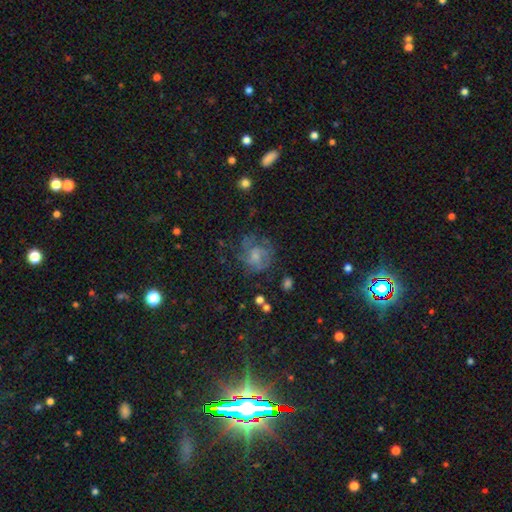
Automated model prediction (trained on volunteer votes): smooth_or_featured: featured or disk (p=0.56) [alt: smooth p=0.30]
disk_edge_on: no (p=0.98) [alt: yes p=0.02]
bar: no (p=0.70) [alt: weak p=0.26]
has_spiral_arms: yes (p=0.74) [alt: no p=0.26]
bulge_size: small (p=0.46) [alt: moderate p=0.33]
merging: none (p=0.56) [alt: minor disturbance p=0.21]